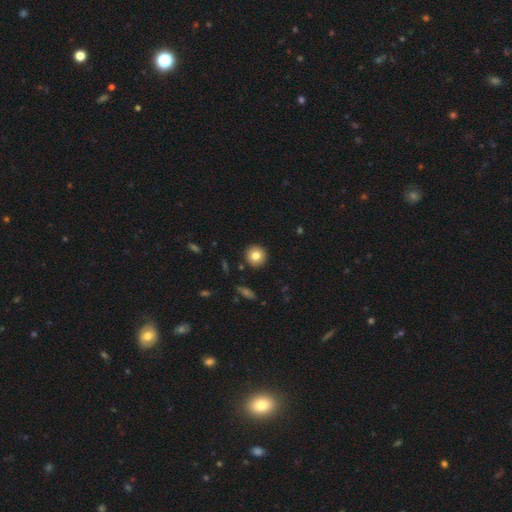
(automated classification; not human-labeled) Smooth or featured? smooth (80%)
How rounded? round (93%)
Merging? none (91%)